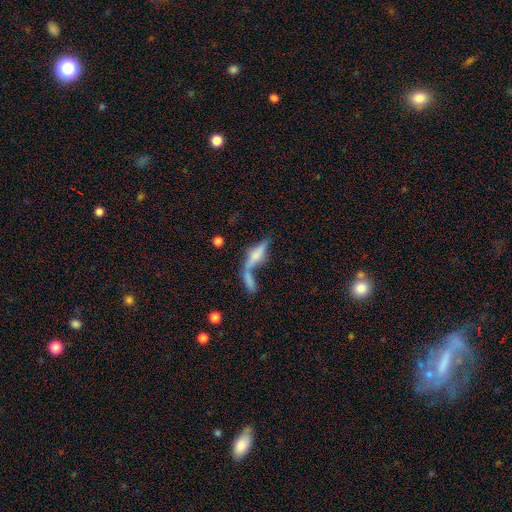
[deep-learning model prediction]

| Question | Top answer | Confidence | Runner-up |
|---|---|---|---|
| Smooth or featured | smooth | 51% | featured or disk (39%) |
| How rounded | cigar-shaped | 62% | in between (34%) |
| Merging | merger | 50% | none (30%) |